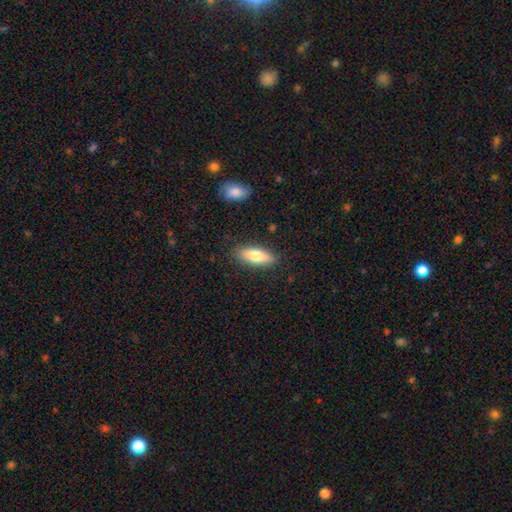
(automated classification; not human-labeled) smooth-or-featured: smooth: 76% | featured or disk: 18% | star or artifact: 6%
  how-rounded: in between: 66% | cigar-shaped: 32% | round: 2%
  merging: none: 86% | minor disturbance: 10% | major disturbance: 2% | merger: 2%